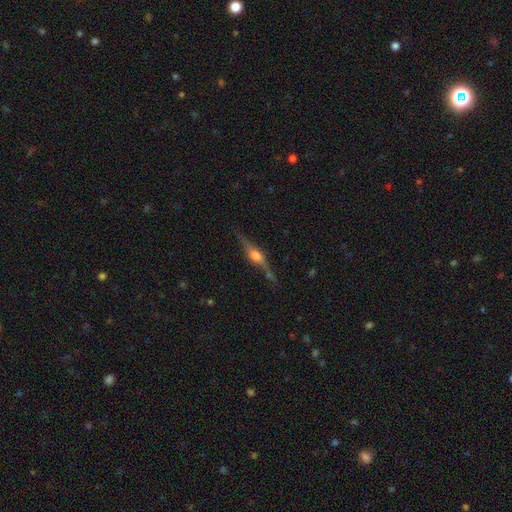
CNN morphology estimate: The model was most divided on "merging": none: 78%, minor disturbance: 14%, merger: 4%, major disturbance: 4%. More confident: edge-on disk — yes (96%); edge-on bulge — rounded (90%); smooth or featured — featured or disk (80%).